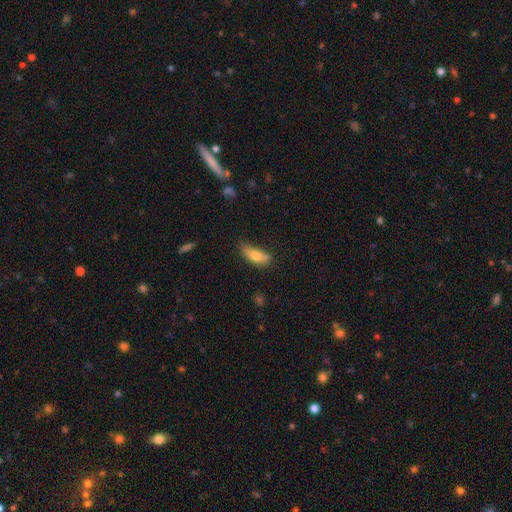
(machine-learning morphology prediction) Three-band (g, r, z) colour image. It shows a smooth galaxy with no disk features (72%) that is in between round and cigar-shaped (74%). Merging: none (44%).